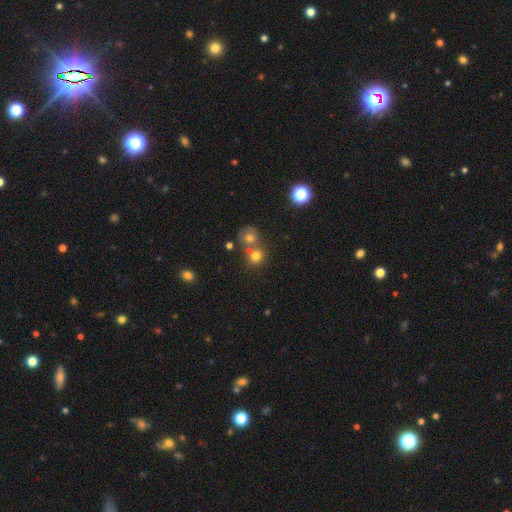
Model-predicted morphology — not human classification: This appears to be a smooth galaxy with no disk features (72%) that is round (79%). Merging: none (47%).